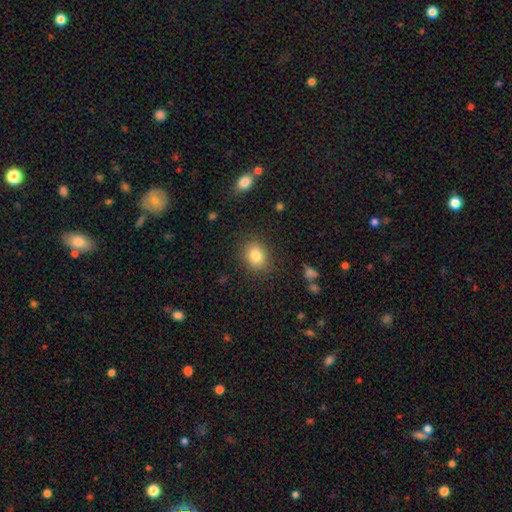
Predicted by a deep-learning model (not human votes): A smooth galaxy with no disk features (83%) that is round (55%).

Vote fractions:
- Smooth or featured? smooth: 83% / star or artifact: 10% / featured or disk: 7%
- How rounded? round: 55% / in between: 44% / cigar-shaped: 1%
- Merging? none: 85% / minor disturbance: 10% / major disturbance: 3% / merger: 1%